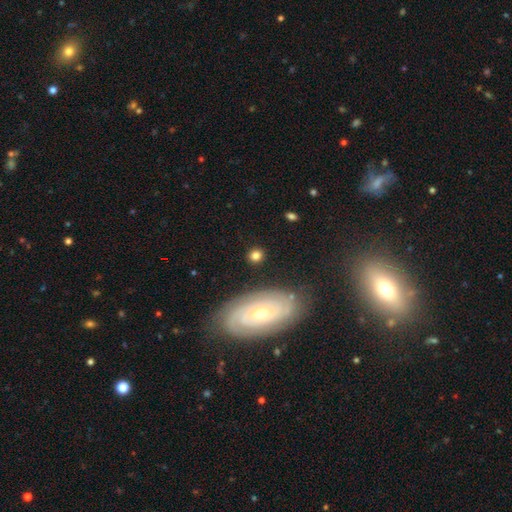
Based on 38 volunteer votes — Smooth or featured? smooth (68%)
How rounded? round (62%)
Merging? none (84%)